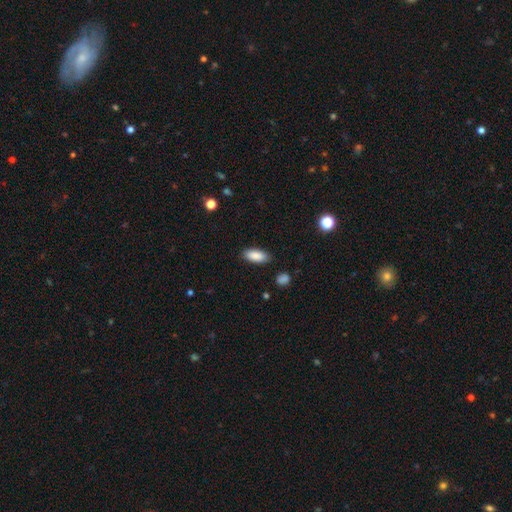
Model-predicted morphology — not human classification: Smooth or featured: smooth — 89% (star or artifact — 7%)
How rounded: in between — 84% (cigar-shaped — 14%)
Merging: none — 86% (minor disturbance — 10%)